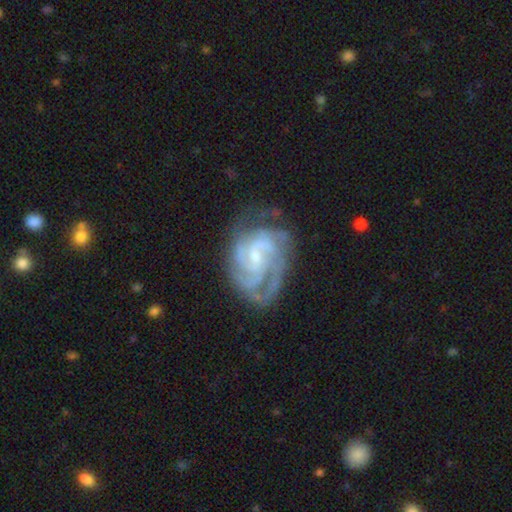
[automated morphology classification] Smooth or featured?
  - featured or disk: 90% *
  - smooth: 5%
  - star or artifact: 5%
Edge-on disk?
  - no: 98% *
  - yes: 2%
Bar?
  - no: 45% * (tied)
  - weak: 45% * (tied)
  - strong: 10%
Spiral arms?
  - yes: 98% *
  - no: 2%
Spiral winding?
  - tight: 58% *
  - medium: 37%
  - loose: 6%
Spiral arm count?
  - 3: 36% *
  - 2: 18%
  - 4: 17%
  - can't tell: 17%
  - more than 4: 6%
  - 1: 5%
Bulge size?
  - small: 68% *
  - moderate: 26%
  - none: 4%
  - large: 1%
  - dominant: 1%
Merging?
  - none: 65% *
  - minor disturbance: 21%
  - major disturbance: 12%
  - merger: 2%